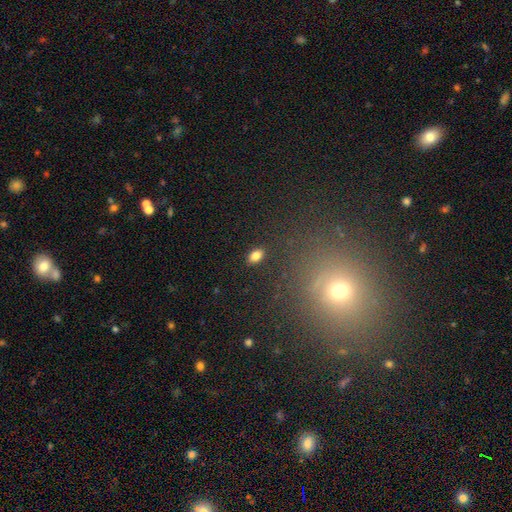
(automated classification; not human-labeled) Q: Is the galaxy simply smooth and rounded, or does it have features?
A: smooth — 82%.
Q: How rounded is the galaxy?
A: in between — 88%.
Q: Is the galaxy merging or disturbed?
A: none — 87%.